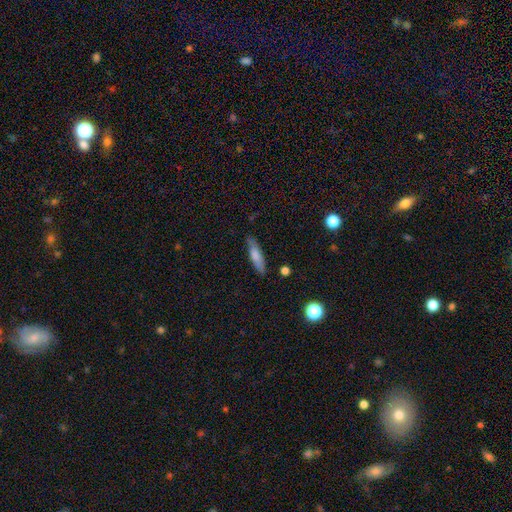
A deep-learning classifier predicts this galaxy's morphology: smooth 70%, featured or disk 23%, star or artifact 7%. Down the decision tree: how rounded — cigar-shaped (73%); merging — none (82%).